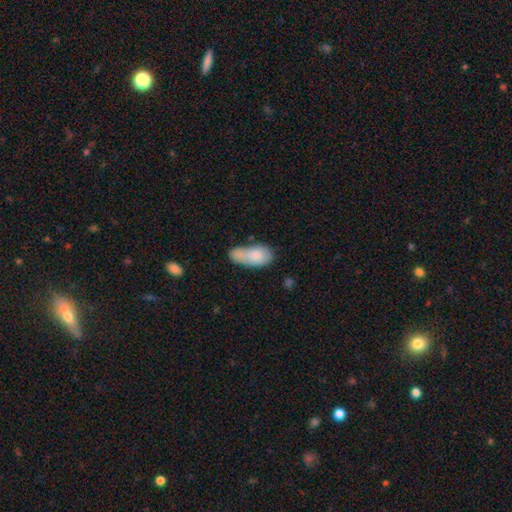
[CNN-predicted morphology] Q: Smooth or featured?
A: smooth (78%); runner-up: featured or disk (15%)
Q: How rounded?
A: in between (87%); runner-up: cigar-shaped (7%)
Q: Merging?
A: merger (40%); runner-up: none (29%)